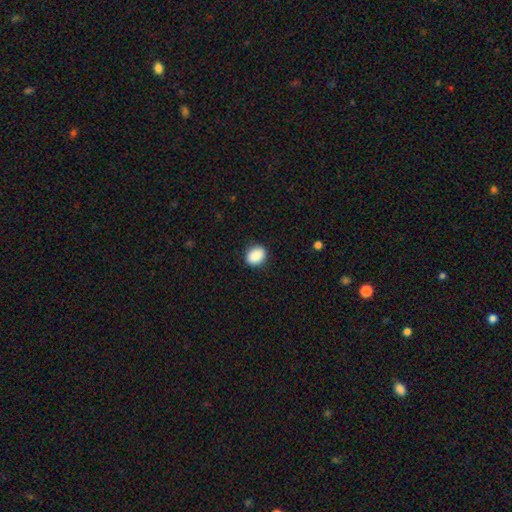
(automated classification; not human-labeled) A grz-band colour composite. It shows a smooth galaxy with no disk features (90%) that is in between round and cigar-shaped (53%). Merging: none (89%).